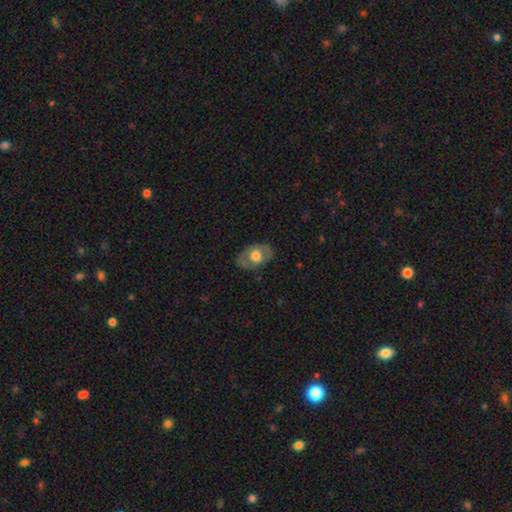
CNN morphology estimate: This is possibly a smooth galaxy (51%). How rounded: clearly in between (80%). Merging: likely none (79%).